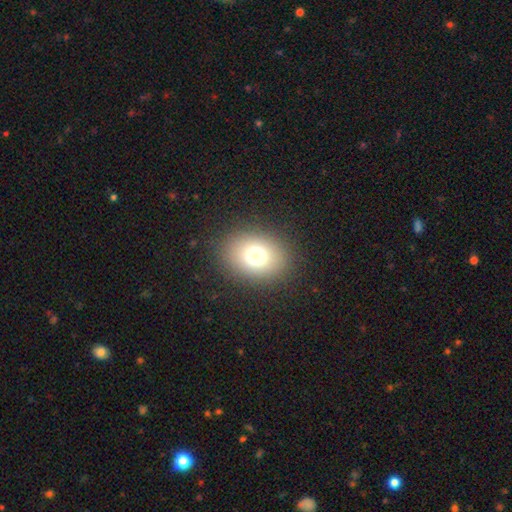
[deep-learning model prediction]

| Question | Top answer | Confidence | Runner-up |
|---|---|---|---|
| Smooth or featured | smooth | 73% | star or artifact (16%) |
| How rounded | in between | 52% | round (47%) |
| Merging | none | 88% | minor disturbance (7%) |